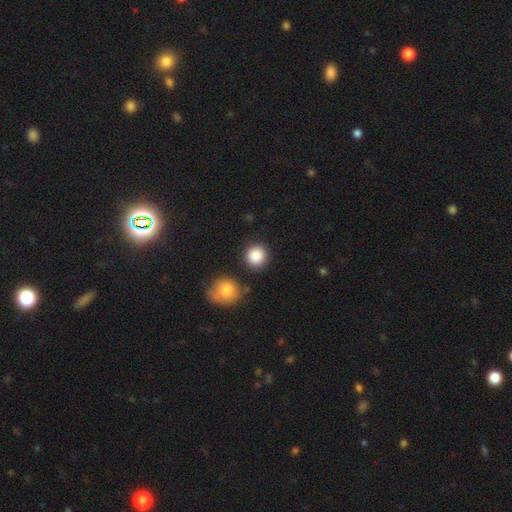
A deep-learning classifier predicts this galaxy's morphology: A smooth galaxy with no disk features (88%) that is round (90%). Merging: none (82%).